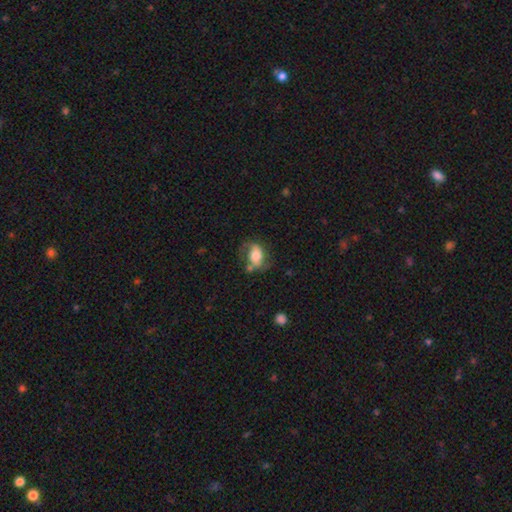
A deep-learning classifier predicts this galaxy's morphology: Smooth or featured? Predicted: smooth (p=0.60). How rounded? Predicted: in between (p=0.83). Merging? Predicted: none (p=0.52).